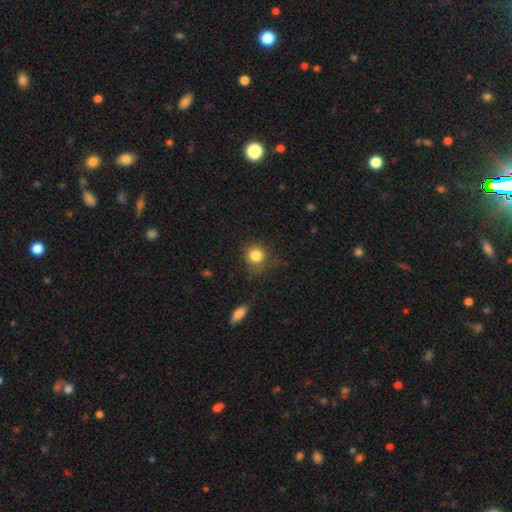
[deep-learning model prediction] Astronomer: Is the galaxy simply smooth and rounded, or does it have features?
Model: smooth — 84%.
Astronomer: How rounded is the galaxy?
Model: round — 86%.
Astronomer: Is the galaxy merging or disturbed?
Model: none — 73%.